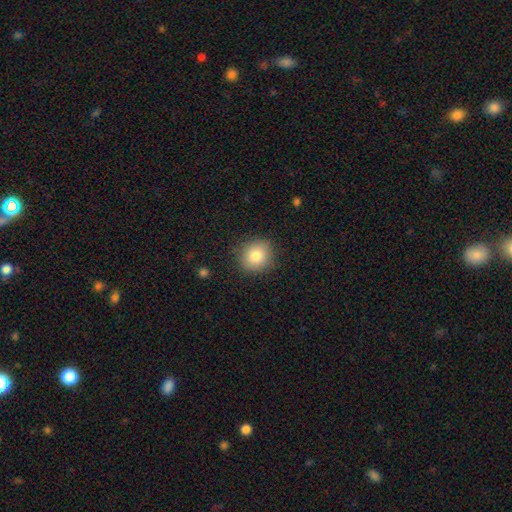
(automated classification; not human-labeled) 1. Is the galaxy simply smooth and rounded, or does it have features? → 83% smooth, 9% star or artifact, 8% featured or disk.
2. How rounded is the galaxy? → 85% round, 14% in between, 1% cigar-shaped.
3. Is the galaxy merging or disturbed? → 88% none, 8% minor disturbance, 3% major disturbance, 1% merger.